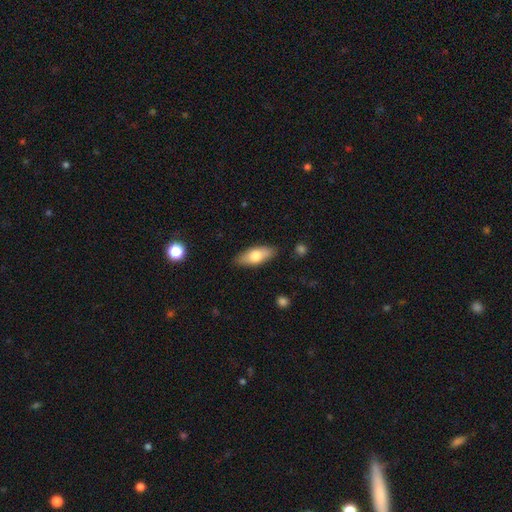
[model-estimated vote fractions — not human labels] Smooth or featured: smooth — 69% (featured or disk — 25%)
How rounded: in between — 76% (cigar-shaped — 21%)
Merging: none — 85% (minor disturbance — 11%)